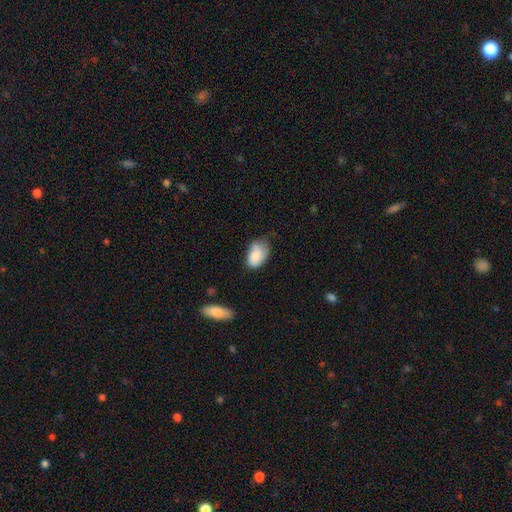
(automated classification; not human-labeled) Overall: smooth (81%). How rounded: in between (91%). Merging: none (45%; minor disturbance 41%).